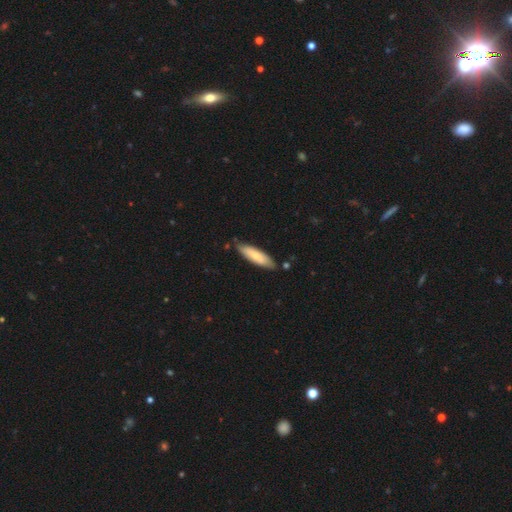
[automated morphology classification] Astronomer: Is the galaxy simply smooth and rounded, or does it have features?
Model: smooth — 73%.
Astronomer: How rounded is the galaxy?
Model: cigar-shaped — 62% (runner-up: in between, 37%).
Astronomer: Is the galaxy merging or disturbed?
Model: none — 79%.